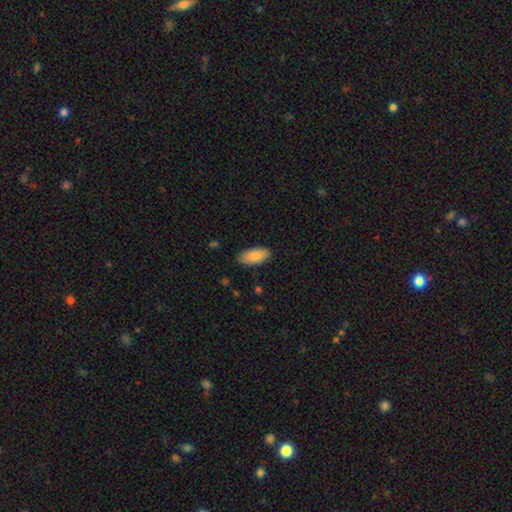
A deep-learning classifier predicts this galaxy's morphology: Smooth or featured?
  - smooth: 85% *
  - featured or disk: 9%
  - star or artifact: 6%
How rounded?
  - in between: 90% *
  - cigar-shaped: 8%
  - round: 2%
Merging?
  - none: 86% *
  - minor disturbance: 11%
  - major disturbance: 2%
  - merger: 1%